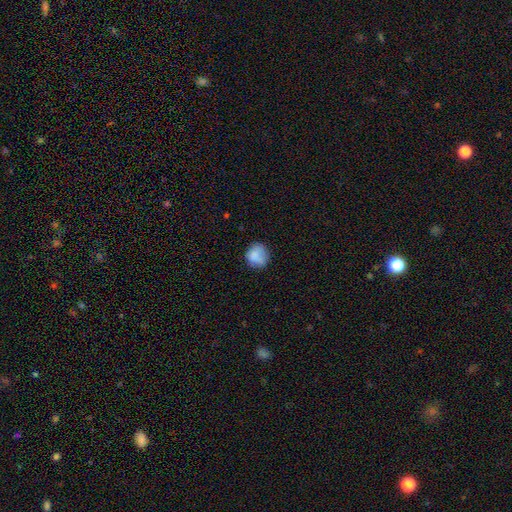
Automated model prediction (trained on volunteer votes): Smooth or featured? smooth (83%)
How rounded? round (81%)
Merging? none (72%)